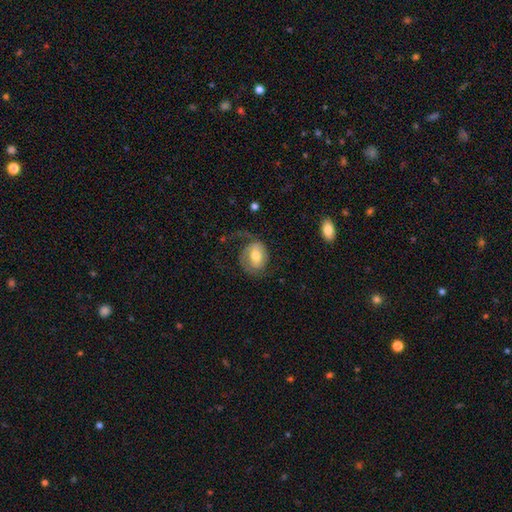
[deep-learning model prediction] A featured or disk galaxy (49%).

Vote fractions:
- Smooth or featured? featured or disk: 49% / smooth: 44% / star or artifact: 7%
- Merging? none: 46% / major disturbance: 31% / minor disturbance: 21% / merger: 2%